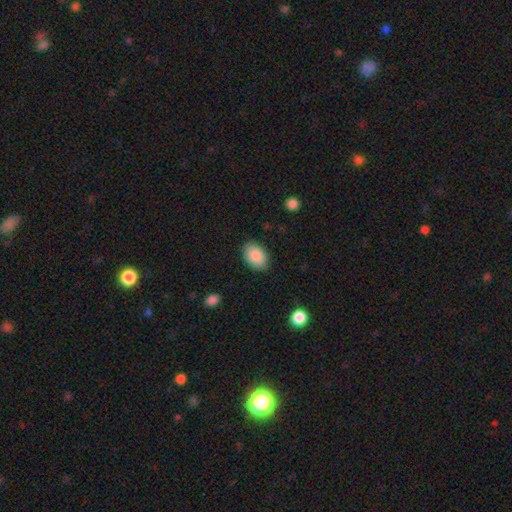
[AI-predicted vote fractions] Overall: smooth (88%). How rounded: in between (86%). Merging: none (86%).